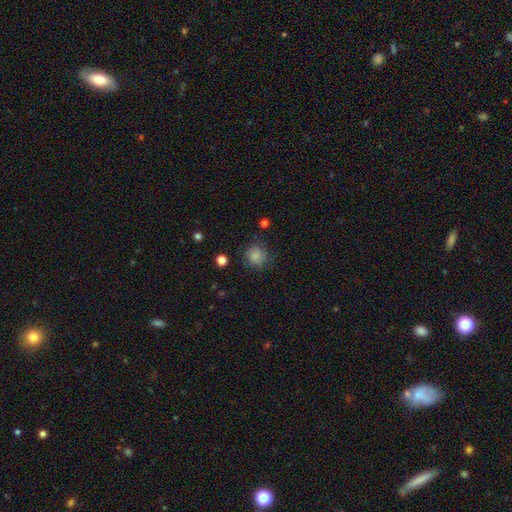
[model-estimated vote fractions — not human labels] A smooth galaxy with no disk features (81%) that is round (86%). Merging: none (73%).